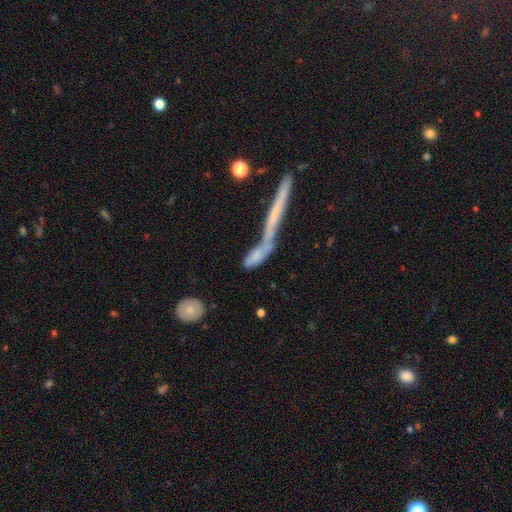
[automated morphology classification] Smooth or featured? Predicted: smooth (p=0.66). How rounded? Predicted: cigar-shaped (p=0.55). Merging? Predicted: merger (p=0.61).